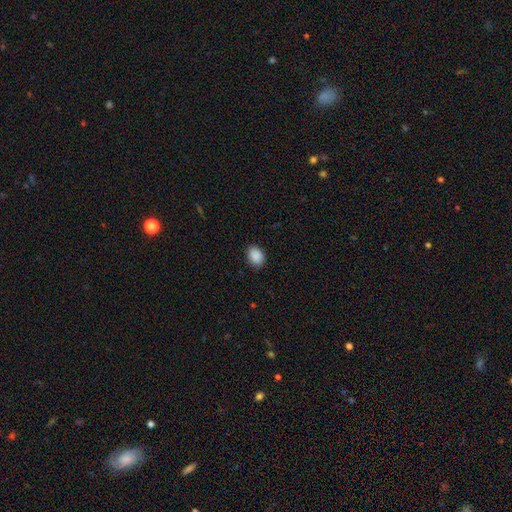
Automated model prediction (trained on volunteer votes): A smooth galaxy with no disk features (90%) that is in between round and cigar-shaped (68%). Merging: none (88%).